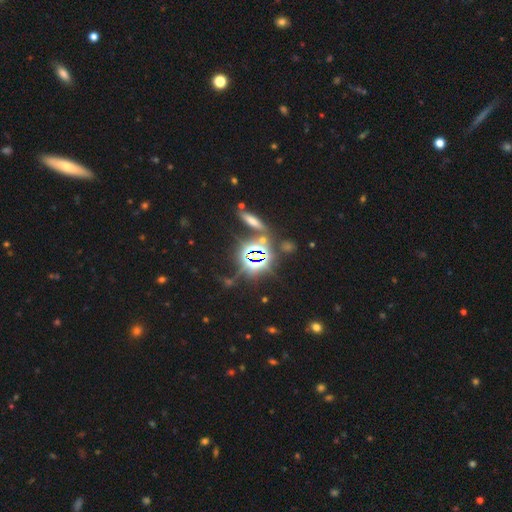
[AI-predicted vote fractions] Smooth or featured? star or artifact (73%)